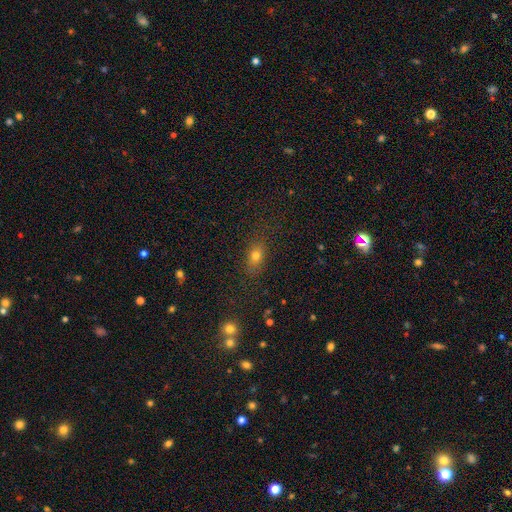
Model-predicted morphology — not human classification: type=smooth (75%); roundness=in between (73%); merging=none (80%).